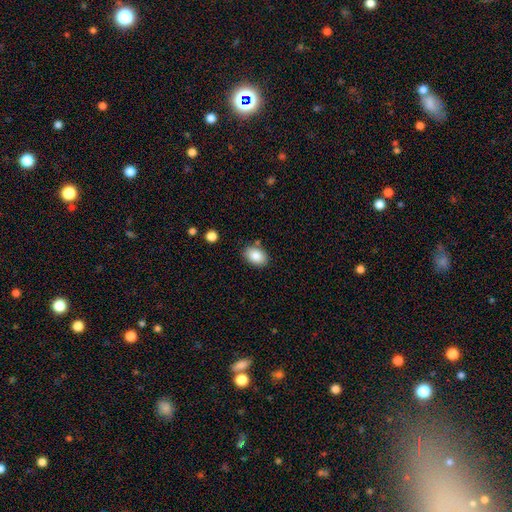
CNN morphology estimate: smooth_or_featured: smooth (p=0.85) [alt: star or artifact p=0.07]
how_rounded: in between (p=0.84) [alt: round p=0.14]
merging: none (p=0.83) [alt: minor disturbance p=0.11]